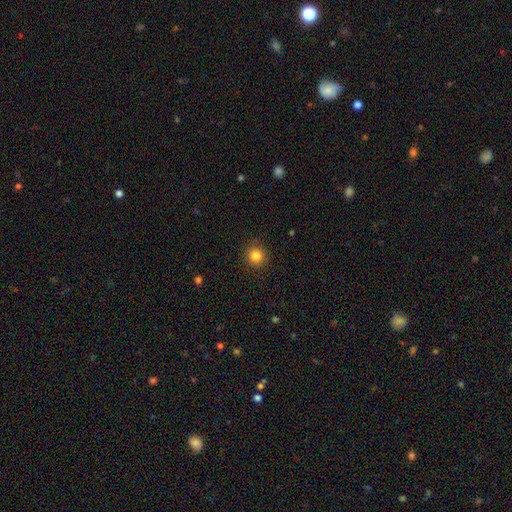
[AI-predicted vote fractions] Smooth or featured?
  - smooth: 84% *
  - star or artifact: 11%
  - featured or disk: 5%
How rounded?
  - round: 92% *
  - in between: 7%
  - cigar-shaped: 1%
Merging?
  - none: 90% *
  - minor disturbance: 7%
  - major disturbance: 2%
  - merger: 1%